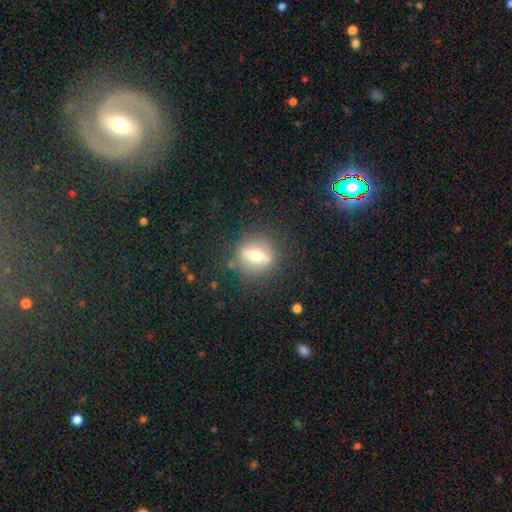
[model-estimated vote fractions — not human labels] A smooth galaxy with no disk features (52%) that is in between round and cigar-shaped (42%).

Vote fractions:
- Smooth or featured? smooth: 52% / featured or disk: 37% / star or artifact: 11%
- How rounded? in between: 42% / round: 38% / cigar-shaped: 20%
- Merging? none: 79% / minor disturbance: 13% / major disturbance: 6% / merger: 2%